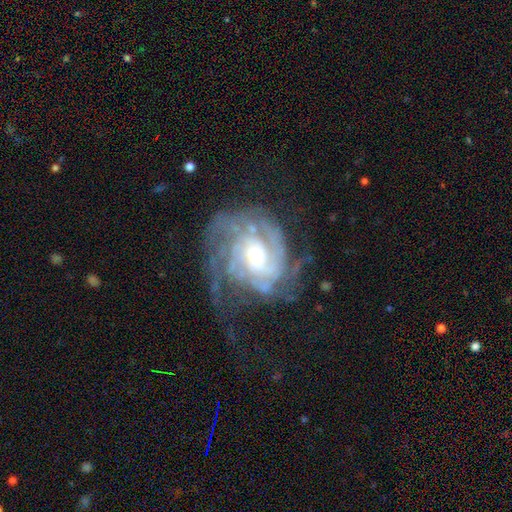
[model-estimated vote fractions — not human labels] The model was most divided on "bulge size" (2-way tie): small: 46%, moderate: 46%, large: 5%, none: 1%, dominant: 1%. Remaining: edge-on disk — no (97%); spiral arms — yes (96%); smooth or featured — featured or disk (88%); bar — no (66%); spiral winding — tight (63%); merging — none (56%); spiral arm count — can't tell (30%).